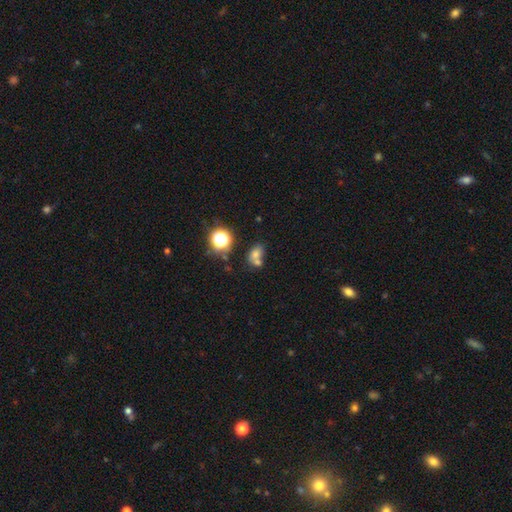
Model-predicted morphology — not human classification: Smooth or featured: smooth — 66% (star or artifact — 20%)
How rounded: in between — 59% (round — 39%)
Merging: merger — 52% (none — 33%)